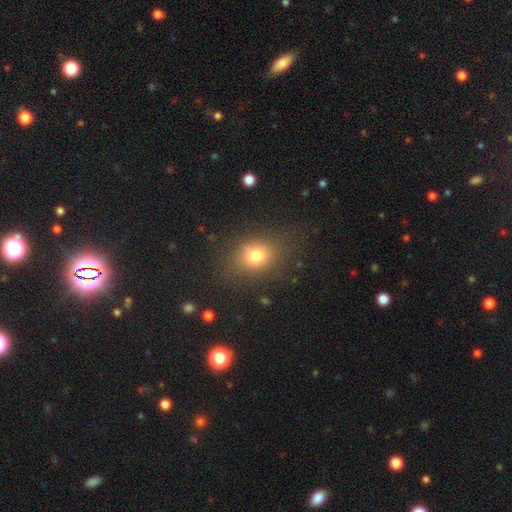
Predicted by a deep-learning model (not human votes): Q: Smooth or featured?
A: smooth (75%); runner-up: star or artifact (14%)
Q: How rounded?
A: in between (52%); runner-up: round (47%)
Q: Merging?
A: none (77%); runner-up: minor disturbance (14%)